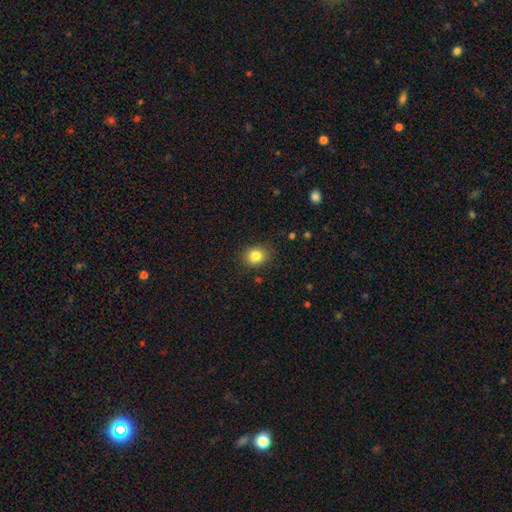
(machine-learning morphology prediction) This is clearly a smooth galaxy (83%). How rounded: likely round (66%). Merging: clearly none (85%).